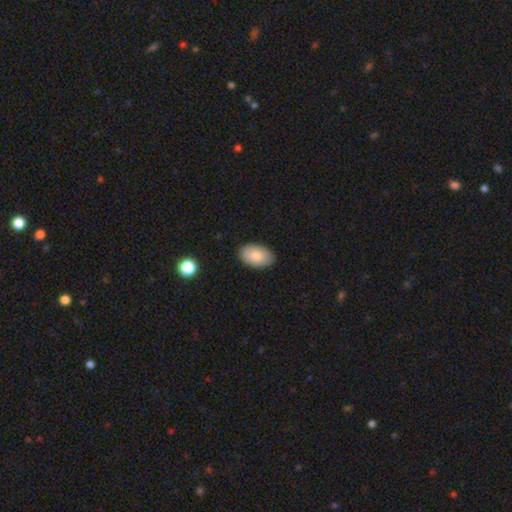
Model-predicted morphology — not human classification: A smooth galaxy with no disk features (85%) that is in between round and cigar-shaped (93%).

Vote fractions:
- Smooth or featured? smooth: 85% / featured or disk: 9% / star or artifact: 6%
- How rounded? in between: 93% / round: 6% / cigar-shaped: 1%
- Merging? none: 87% / minor disturbance: 10% / major disturbance: 2% / merger: 1%